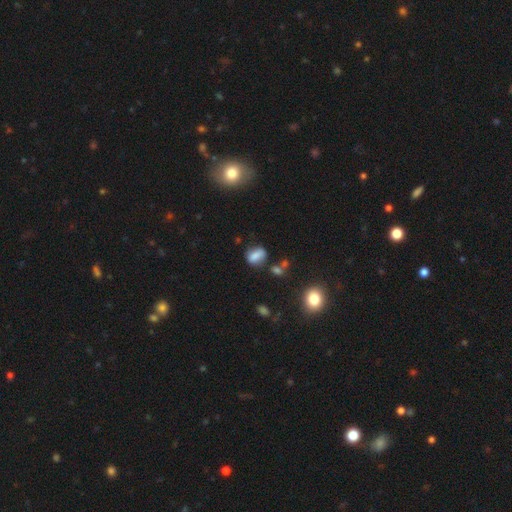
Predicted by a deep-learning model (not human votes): The model was most divided on "how rounded": in between: 68%, round: 27%, cigar-shaped: 5%. More confident: smooth or featured — smooth (74%); merging — none (64%).